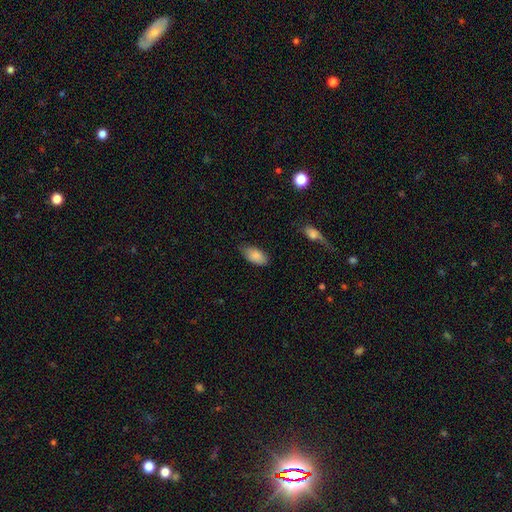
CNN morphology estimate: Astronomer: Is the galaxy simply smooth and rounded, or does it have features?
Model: smooth — 85%.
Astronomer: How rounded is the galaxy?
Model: in between — 94%.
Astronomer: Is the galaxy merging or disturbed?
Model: none — 74%.